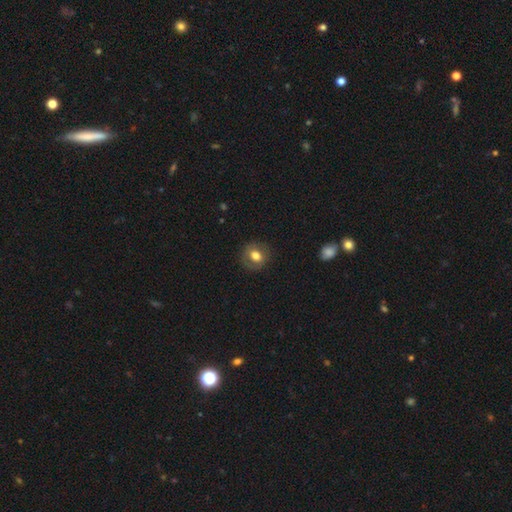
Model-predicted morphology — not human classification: Overall: smooth (69%). How rounded: round (74%). Merging: none (85%).